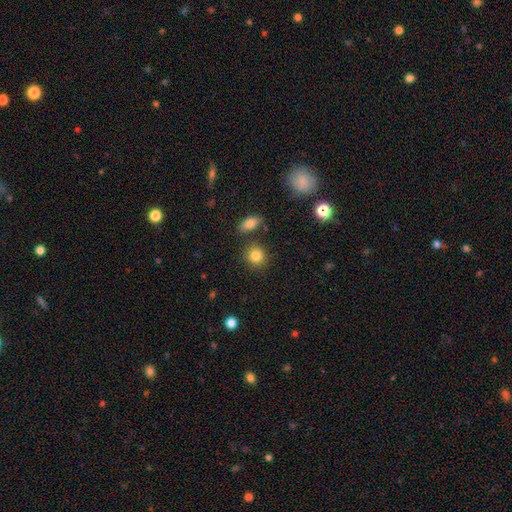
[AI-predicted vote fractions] Q: Smooth or featured?
A: smooth (84%); runner-up: star or artifact (10%)
Q: How rounded?
A: round (82%); runner-up: in between (17%)
Q: Merging?
A: none (81%); runner-up: minor disturbance (9%)